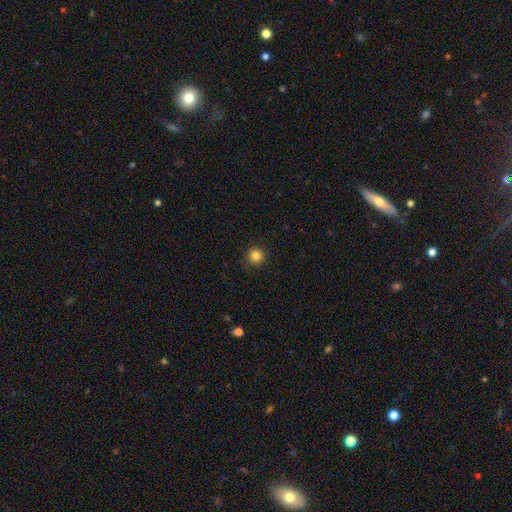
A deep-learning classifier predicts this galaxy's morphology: Q: Smooth or featured?
A: smooth (83%); runner-up: star or artifact (12%)
Q: How rounded?
A: round (94%); runner-up: in between (5%)
Q: Merging?
A: none (90%); runner-up: minor disturbance (7%)